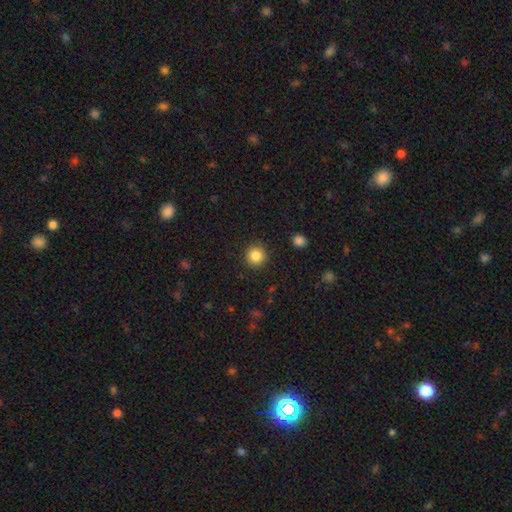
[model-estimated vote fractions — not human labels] Smooth or featured: smooth — 85% (star or artifact — 10%)
How rounded: round — 95% (in between — 4%)
Merging: none — 91% (minor disturbance — 6%)